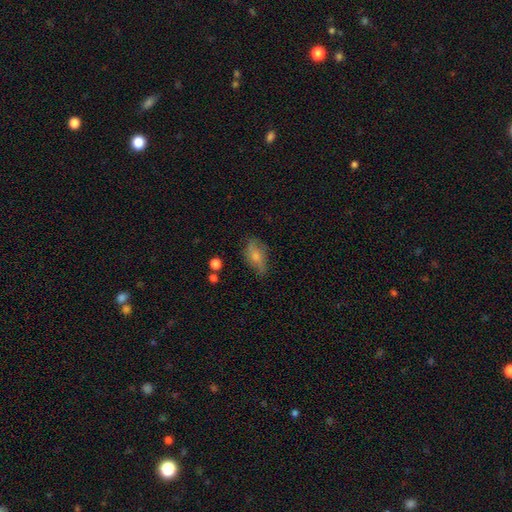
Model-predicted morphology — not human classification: This is likely a smooth galaxy (62%). How rounded: clearly in between (84%). Merging: likely none (63%).